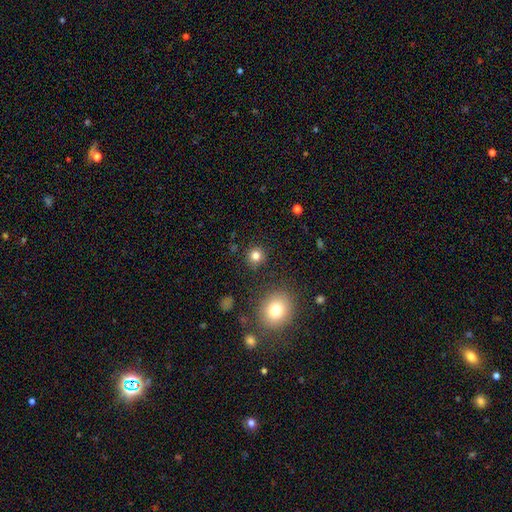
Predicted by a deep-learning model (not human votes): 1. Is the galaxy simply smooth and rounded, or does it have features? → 81% smooth, 13% star or artifact, 6% featured or disk.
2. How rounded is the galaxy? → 92% round, 7% in between, 1% cigar-shaped.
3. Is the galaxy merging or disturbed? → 89% none, 6% minor disturbance, 3% major disturbance, 2% merger.